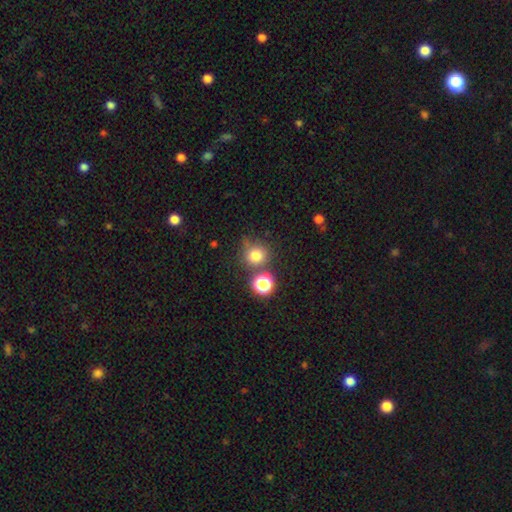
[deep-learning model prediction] Q: Smooth or featured?
A: smooth (75%); runner-up: star or artifact (18%)
Q: How rounded?
A: round (90%); runner-up: in between (9%)
Q: Merging?
A: none (67%); runner-up: merger (15%)